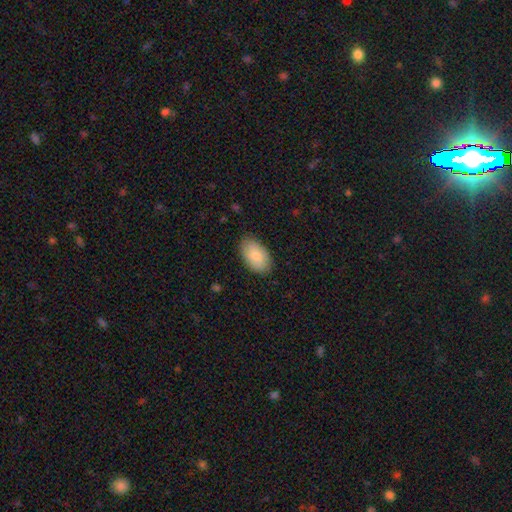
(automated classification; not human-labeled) This appears to be a smooth galaxy with no disk features (79%) that is in between round and cigar-shaped (94%). Merging: none (84%).